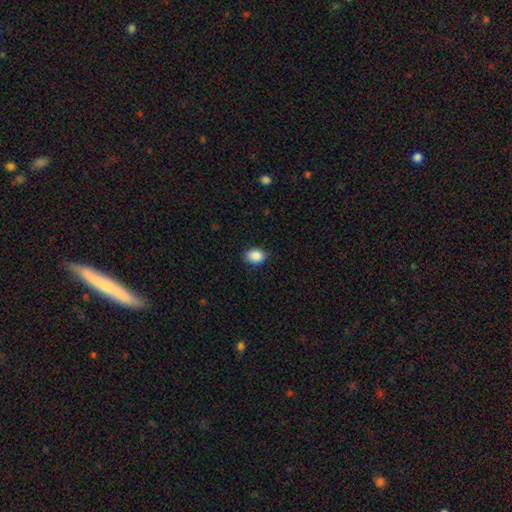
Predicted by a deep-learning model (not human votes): A smooth galaxy with no disk features (89%) that is in between round and cigar-shaped (68%).

Vote fractions:
- Smooth or featured? smooth: 89% / star or artifact: 8% / featured or disk: 3%
- How rounded? in between: 68% / round: 31% / cigar-shaped: 1%
- Merging? none: 85% / minor disturbance: 12% / major disturbance: 2% / merger: 1%